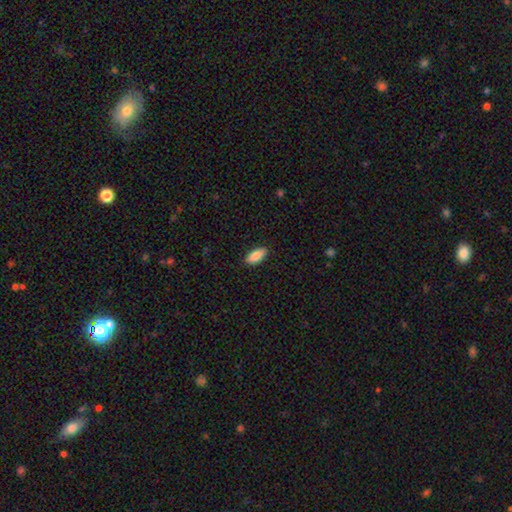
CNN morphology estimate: smooth-or-featured: smooth: 87% | featured or disk: 7% | star or artifact: 6%
  how-rounded: in between: 86% | cigar-shaped: 12% | round: 2%
  merging: none: 89% | minor disturbance: 8% | major disturbance: 2% | merger: 1%